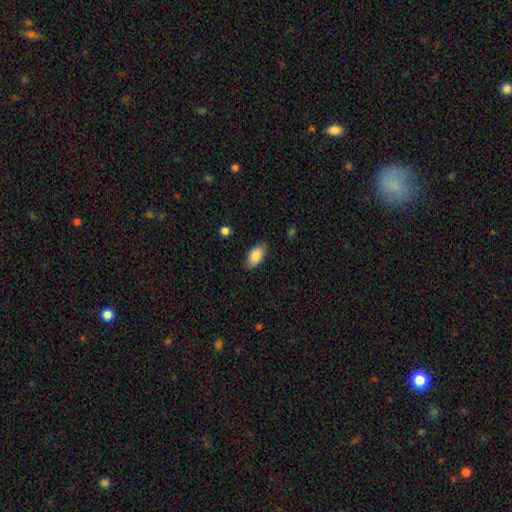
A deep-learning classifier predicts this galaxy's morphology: A smooth galaxy with no disk features (86%) that is in between round and cigar-shaped (93%).

Vote fractions:
- Smooth or featured? smooth: 86% / featured or disk: 7% / star or artifact: 7%
- How rounded? in between: 93% / round: 4% / cigar-shaped: 3%
- Merging? none: 83% / minor disturbance: 13% / major disturbance: 3% / merger: 1%